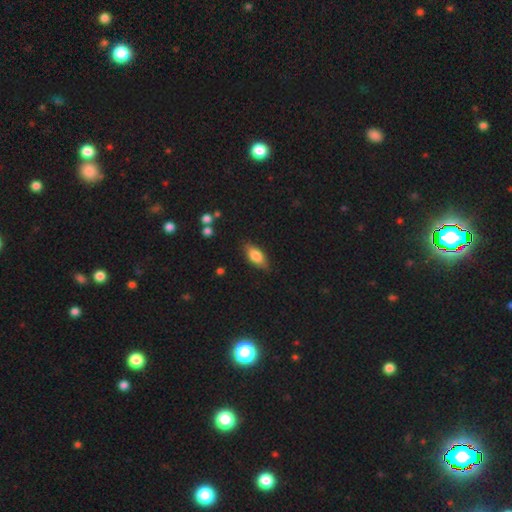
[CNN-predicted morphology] smooth_or_featured: smooth (p=0.74) [alt: featured or disk p=0.19]
how_rounded: in between (p=0.80) [alt: cigar-shaped p=0.17]
merging: none (p=0.82) [alt: minor disturbance p=0.13]